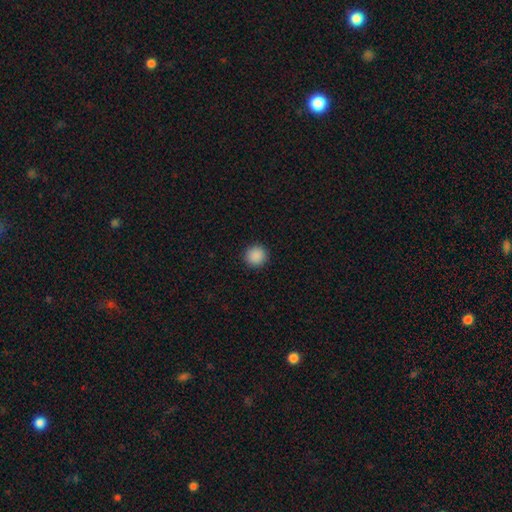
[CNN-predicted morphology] type=smooth (89%); roundness=round (94%); merging=none (93%).